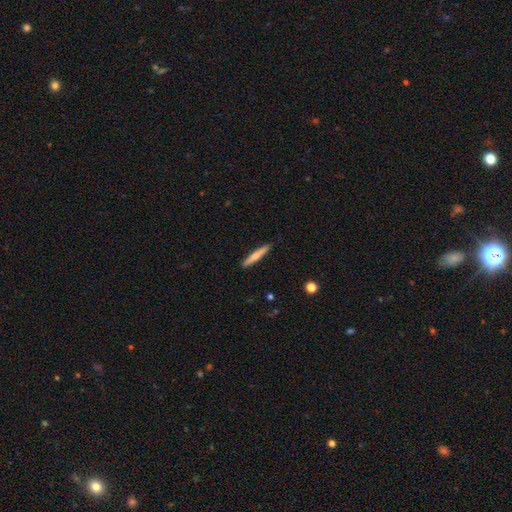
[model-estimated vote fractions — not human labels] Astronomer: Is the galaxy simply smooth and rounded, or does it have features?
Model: smooth — 62%.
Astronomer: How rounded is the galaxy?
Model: cigar-shaped — 94%.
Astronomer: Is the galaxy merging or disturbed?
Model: none — 90%.